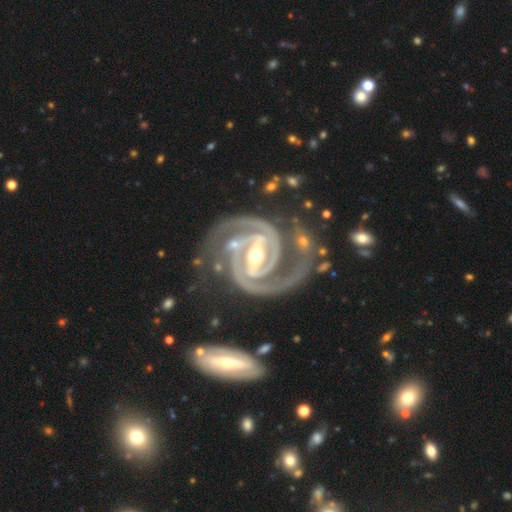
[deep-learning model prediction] A featured or disk galaxy (95%) with a strong bar (70%), 2 (86%) tight (62%) spiral arms (99%) and a moderate central bulge (62%).

Vote fractions:
- Smooth or featured? featured or disk: 95% / star or artifact: 3% / smooth: 2%
- Edge-on disk? no: 98% / yes: 2%
- Bar? strong: 70% / weak: 23% / no: 8%
- Spiral arms? yes: 99% / no: 1%
- Spiral winding? tight: 62% / medium: 35% / loose: 4%
- Spiral arm count? 2: 86% / 3: 7% / can't tell: 2% / 4: 2% / 1: 1% / more than 4: 1%
- Bulge size? moderate: 62% / small: 32% / large: 4% / none: 1% / dominant: 1%
- Merging? none: 63% / minor disturbance: 18% / major disturbance: 10% / merger: 9%